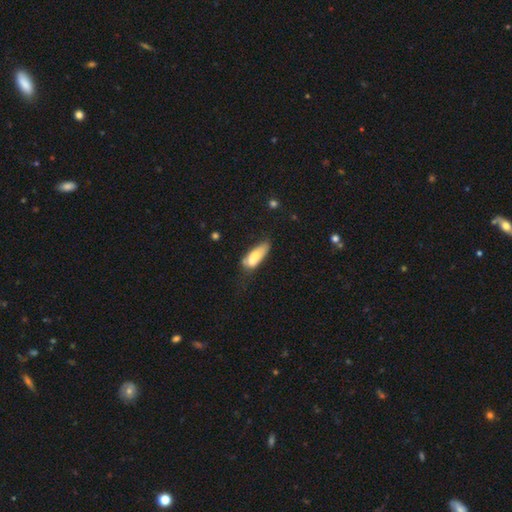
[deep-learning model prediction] This appears to be a smooth galaxy with no disk features (66%) that is in between round and cigar-shaped (68%). Merging: none (35%).